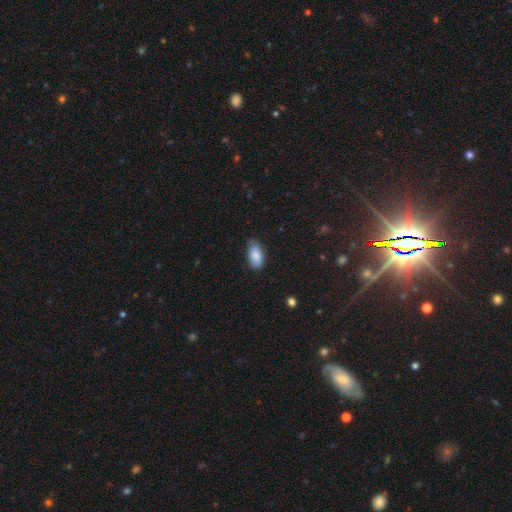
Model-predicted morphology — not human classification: type=smooth (85%); roundness=in between (94%); merging=none (68%).